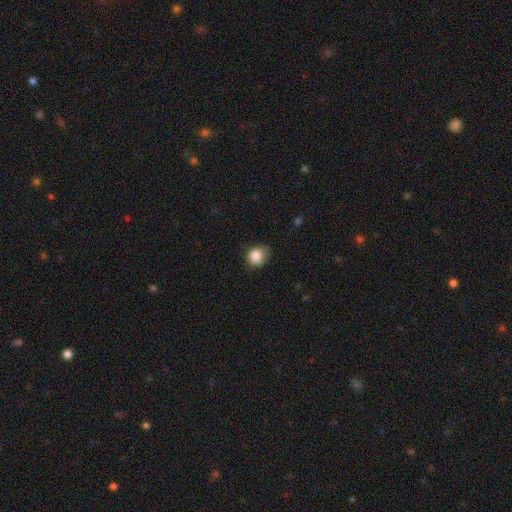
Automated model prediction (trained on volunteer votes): Smooth or featured: smooth — 84% (star or artifact — 10%)
How rounded: round — 72% (in between — 27%)
Merging: none — 57% (minor disturbance — 34%)